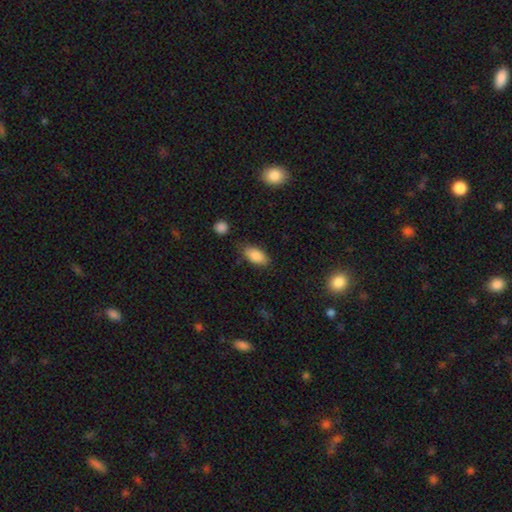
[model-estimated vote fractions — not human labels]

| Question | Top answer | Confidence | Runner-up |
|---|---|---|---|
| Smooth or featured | smooth | 85% | star or artifact (8%) |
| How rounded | in between | 90% | cigar-shaped (7%) |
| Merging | none | 78% | minor disturbance (16%) |